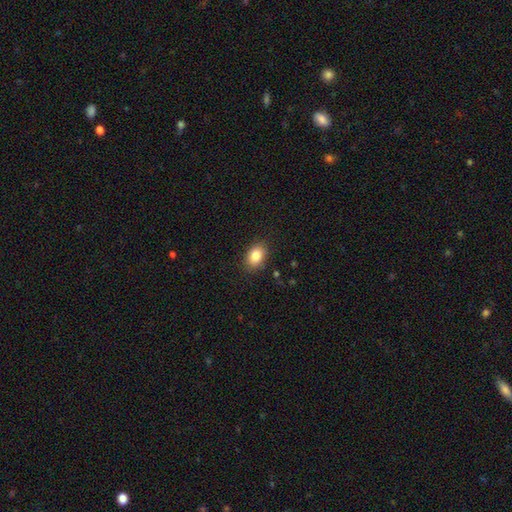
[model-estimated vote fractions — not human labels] Morphology: type=smooth (85%); roundness=in between (81%); merging=none (87%).